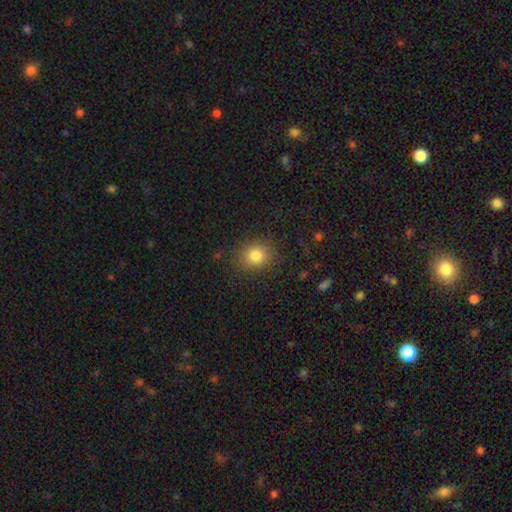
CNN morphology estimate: smooth-or-featured: smooth: 81% | star or artifact: 12% | featured or disk: 7%
  how-rounded: round: 70% | in between: 29% | cigar-shaped: 1%
  merging: none: 85% | minor disturbance: 10% | major disturbance: 4% | merger: 1%